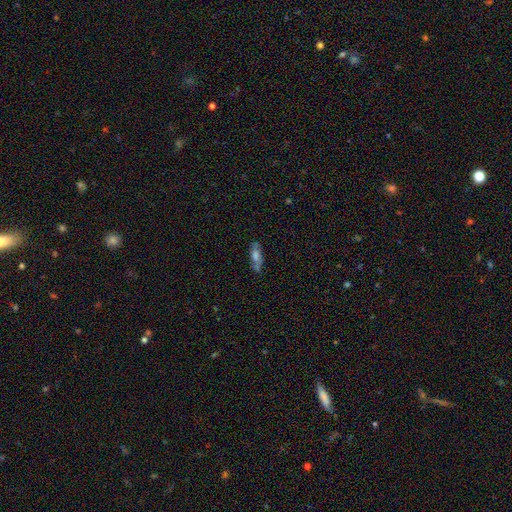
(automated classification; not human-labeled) Smooth or featured?
  - smooth: 46% *
  - featured or disk: 41%
  - star or artifact: 13%
Merging?
  - none: 68% *
  - minor disturbance: 19%
  - merger: 7%
  - major disturbance: 6%